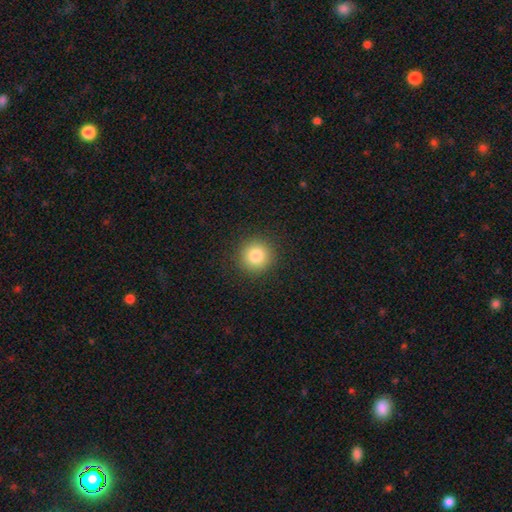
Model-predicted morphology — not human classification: Smooth or featured? smooth (83%)
How rounded? round (94%)
Merging? none (91%)